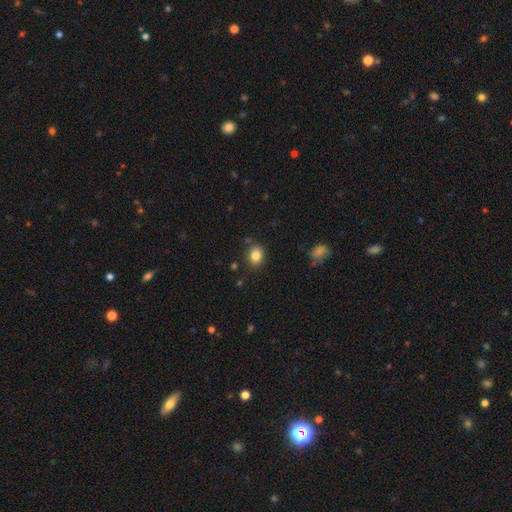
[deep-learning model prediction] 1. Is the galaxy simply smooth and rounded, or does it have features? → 82% smooth, 10% star or artifact, 8% featured or disk.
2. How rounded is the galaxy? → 50% round, 49% in between, 1% cigar-shaped.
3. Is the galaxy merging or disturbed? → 83% none, 11% minor disturbance, 3% merger, 3% major disturbance.